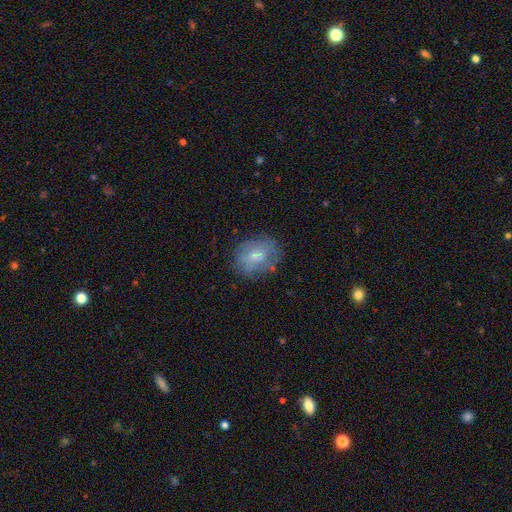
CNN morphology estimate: The model was most divided on "smooth or featured": smooth: 54%, featured or disk: 36%, star or artifact: 10%. More confident: merging — none (71%); how rounded — in between (59%).